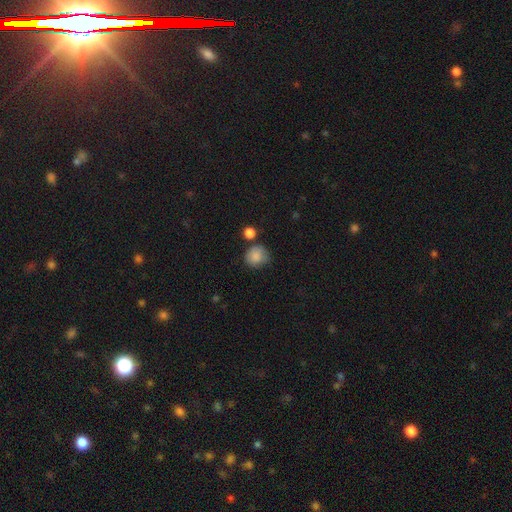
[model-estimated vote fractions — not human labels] Q: Smooth or featured?
A: smooth (86%); runner-up: star or artifact (8%)
Q: How rounded?
A: round (83%); runner-up: in between (16%)
Q: Merging?
A: none (64%); runner-up: minor disturbance (22%)